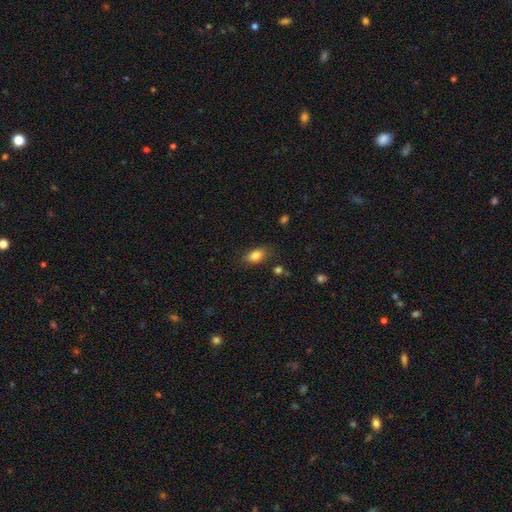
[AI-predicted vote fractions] Smooth or featured? smooth (82%)
How rounded? in between (84%)
Merging? none (79%)